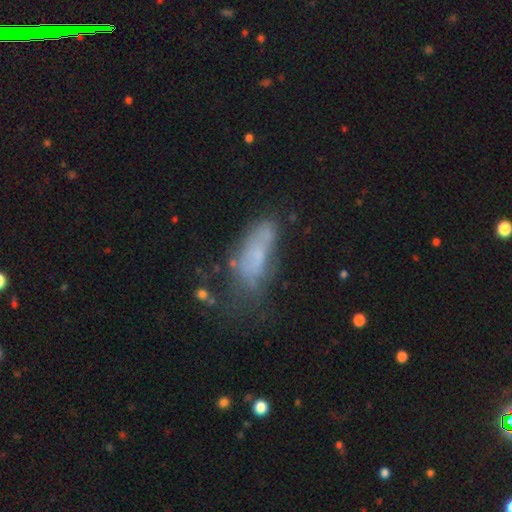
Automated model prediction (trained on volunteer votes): Smooth or featured: smooth — 54% (featured or disk — 33%)
How rounded: in between — 70% (cigar-shaped — 27%)
Merging: none — 35% (minor disturbance — 28%)